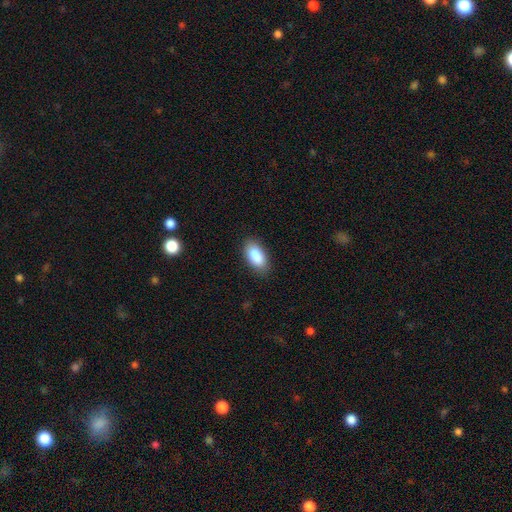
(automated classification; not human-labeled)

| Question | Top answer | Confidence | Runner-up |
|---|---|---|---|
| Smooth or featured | smooth | 89% | star or artifact (6%) |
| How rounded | in between | 92% | cigar-shaped (5%) |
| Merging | none | 85% | minor disturbance (11%) |